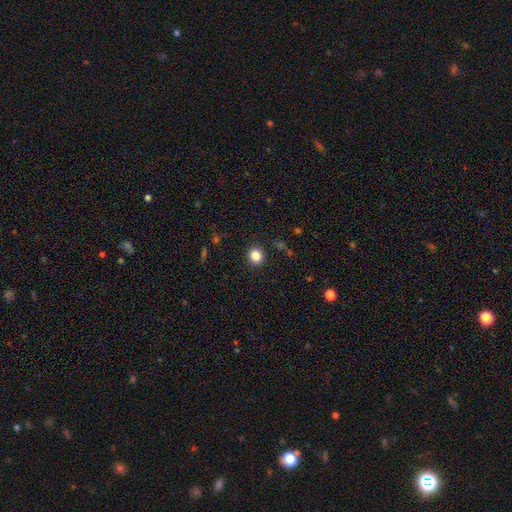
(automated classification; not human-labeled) A smooth galaxy with no disk features (84%) that is round (82%).

Vote fractions:
- Smooth or featured? smooth: 84% / star or artifact: 11% / featured or disk: 4%
- How rounded? round: 82% / in between: 18% / cigar-shaped: 1%
- Merging? none: 91% / minor disturbance: 6% / major disturbance: 2% / merger: 1%